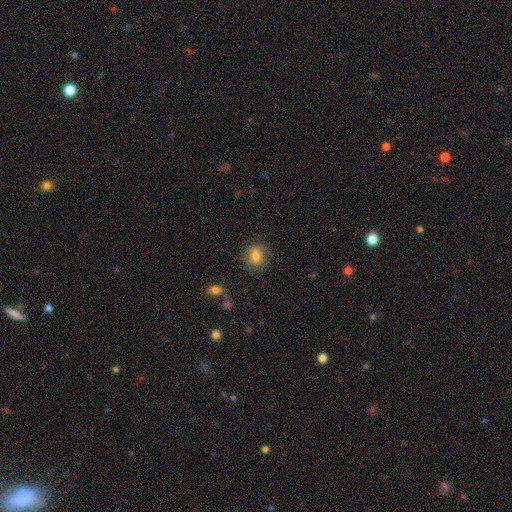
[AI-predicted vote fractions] Q: Smooth or featured?
A: smooth (72%); runner-up: featured or disk (19%)
Q: How rounded?
A: round (75%); runner-up: in between (24%)
Q: Merging?
A: none (81%); runner-up: minor disturbance (13%)